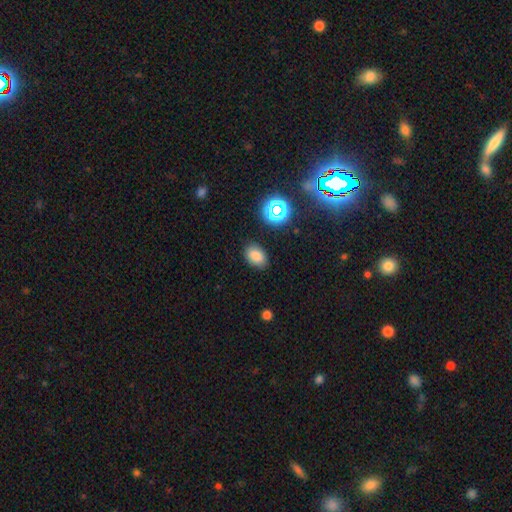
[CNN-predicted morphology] A smooth galaxy with no disk features (79%) that is in between round and cigar-shaped (83%). Merging: none (85%).